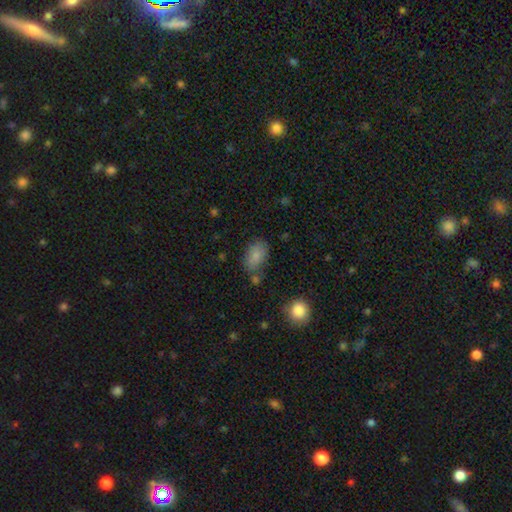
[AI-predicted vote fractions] Morphology: type=smooth (83%); roundness=in between (90%); merging=none (64%).